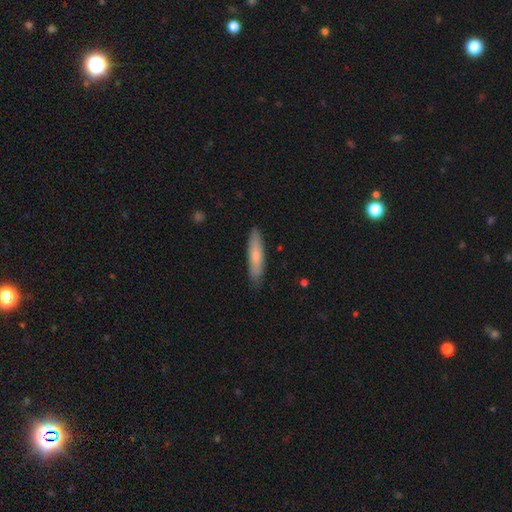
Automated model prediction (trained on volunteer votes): Smooth or featured? Predicted: smooth (p=0.69). How rounded? Predicted: cigar-shaped (p=0.82). Merging? Predicted: none (p=0.86).